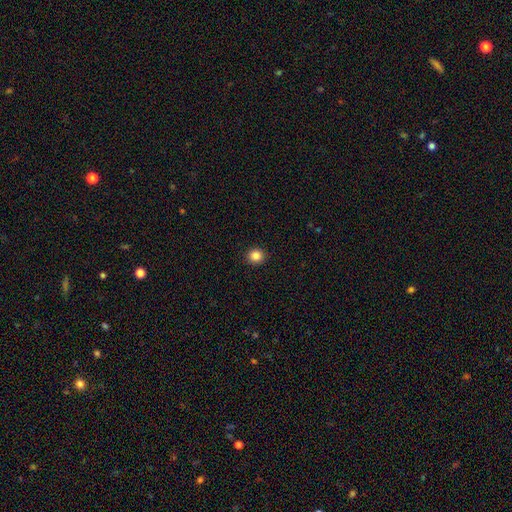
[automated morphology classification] Q: Smooth or featured?
A: smooth (85%); runner-up: star or artifact (11%)
Q: How rounded?
A: round (88%); runner-up: in between (11%)
Q: Merging?
A: none (93%); runner-up: minor disturbance (5%)